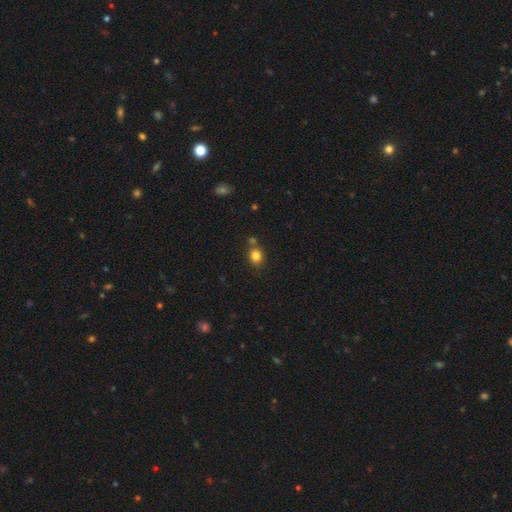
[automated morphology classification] Overall: smooth (83%). How rounded: round (70%). Merging: none (70%).